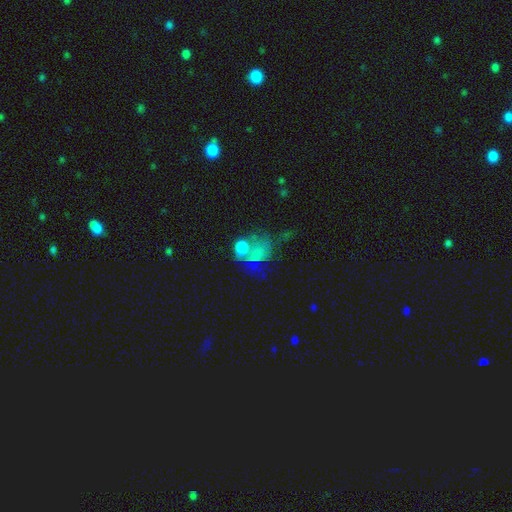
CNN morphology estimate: Smooth or featured?
  - smooth: 49% *
  - featured or disk: 27%
  - star or artifact: 24%
Merging?
  - major disturbance: 31% *
  - none: 29%
  - merger: 23%
  - minor disturbance: 17%